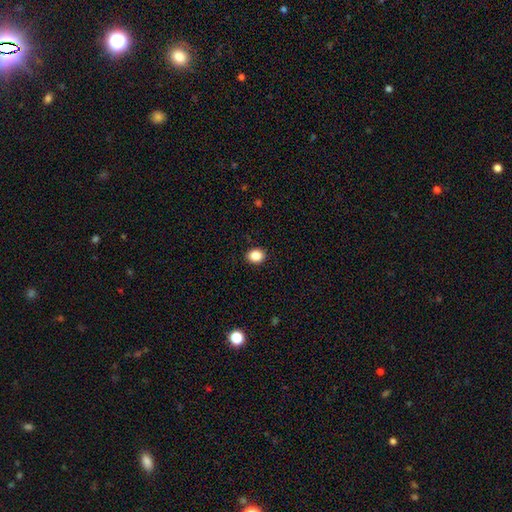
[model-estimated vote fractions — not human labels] Smooth or featured: smooth — 87% (star or artifact — 10%)
How rounded: round — 61% (in between — 39%)
Merging: none — 91% (minor disturbance — 6%)